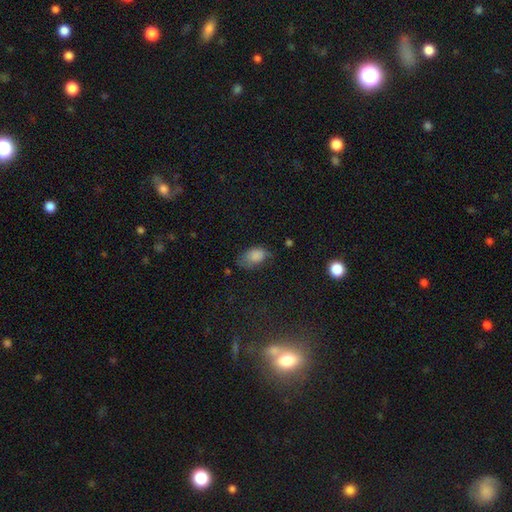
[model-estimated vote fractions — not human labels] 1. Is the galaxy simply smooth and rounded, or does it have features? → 79% smooth, 10% star or artifact, 10% featured or disk.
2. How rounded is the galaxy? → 90% in between, 9% round, 2% cigar-shaped.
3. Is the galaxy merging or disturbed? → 45% none, 38% minor disturbance, 15% major disturbance, 2% merger.